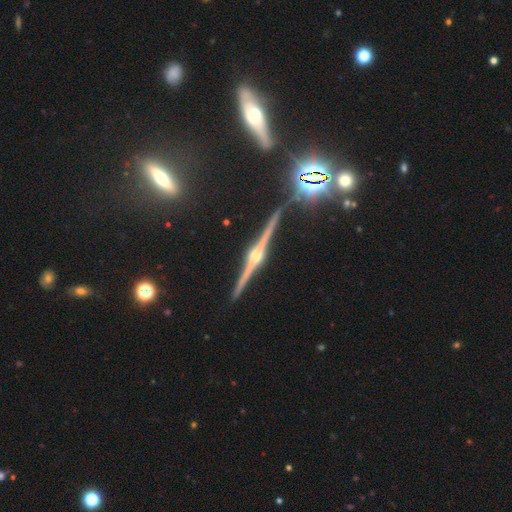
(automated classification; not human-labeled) Q: Smooth or featured?
A: featured or disk (88%); runner-up: star or artifact (8%)
Q: Edge-on disk?
A: yes (98%); runner-up: no (2%)
Q: Edge-on bulge?
A: rounded (94%); runner-up: boxy (4%)
Q: Merging?
A: none (91%); runner-up: minor disturbance (6%)